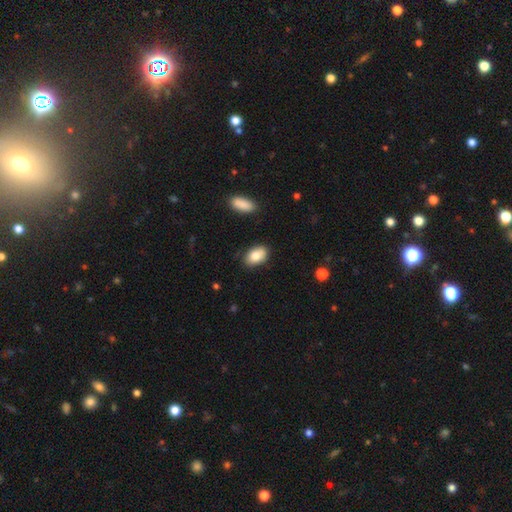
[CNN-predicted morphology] type=smooth (82%); roundness=in between (89%); merging=none (81%).